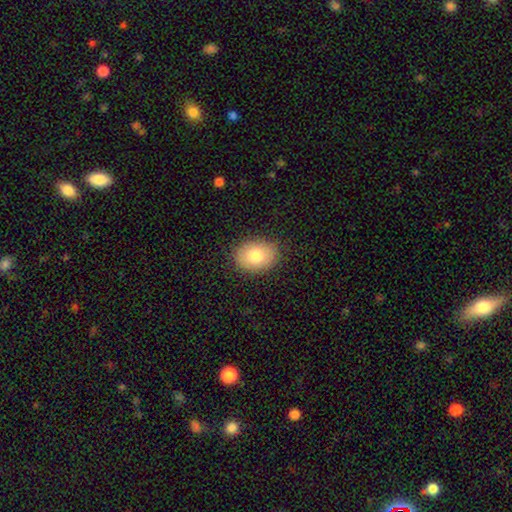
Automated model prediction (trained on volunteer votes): smooth_or_featured: smooth (p=0.81) [alt: featured or disk p=0.12]
how_rounded: in between (p=0.70) [alt: round p=0.29]
merging: none (p=0.87) [alt: minor disturbance p=0.10]